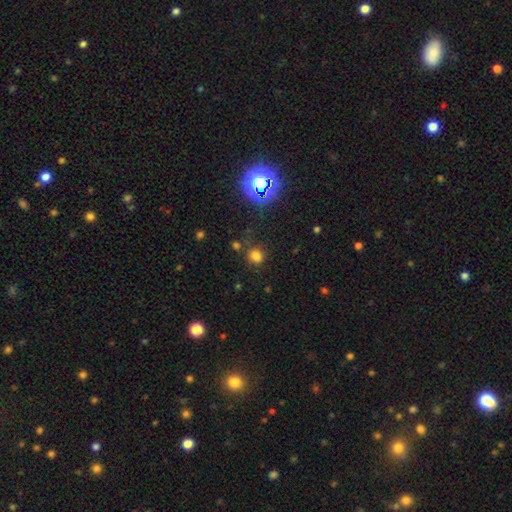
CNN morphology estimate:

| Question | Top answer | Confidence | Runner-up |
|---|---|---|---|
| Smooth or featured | smooth | 72% | star or artifact (23%) |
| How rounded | round | 80% | in between (19%) |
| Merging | none | 79% | minor disturbance (11%) |